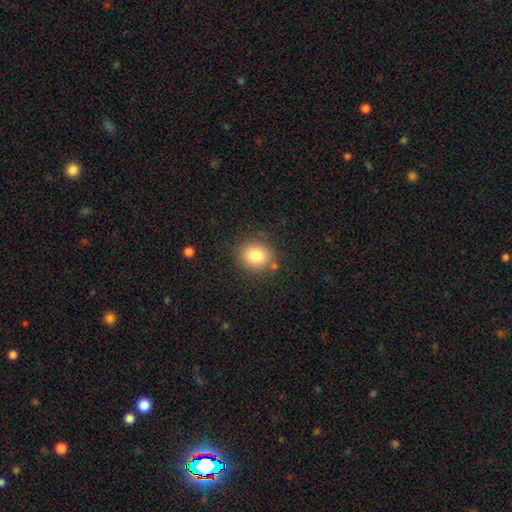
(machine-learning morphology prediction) Smooth or featured? smooth (82%)
How rounded? round (72%)
Merging? none (82%)